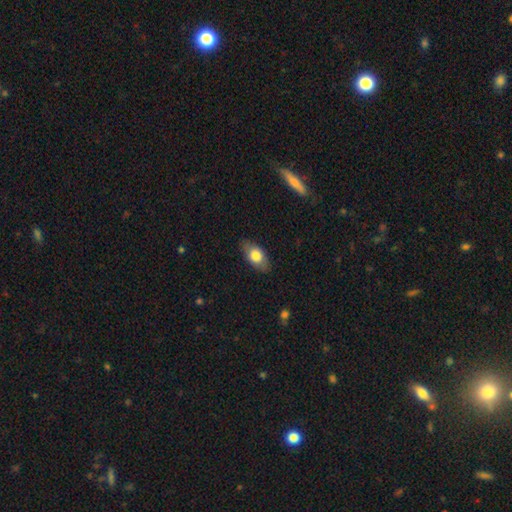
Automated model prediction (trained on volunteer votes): Q: Smooth or featured?
A: smooth (73%); runner-up: featured or disk (20%)
Q: How rounded?
A: in between (89%); runner-up: round (6%)
Q: Merging?
A: none (83%); runner-up: minor disturbance (13%)